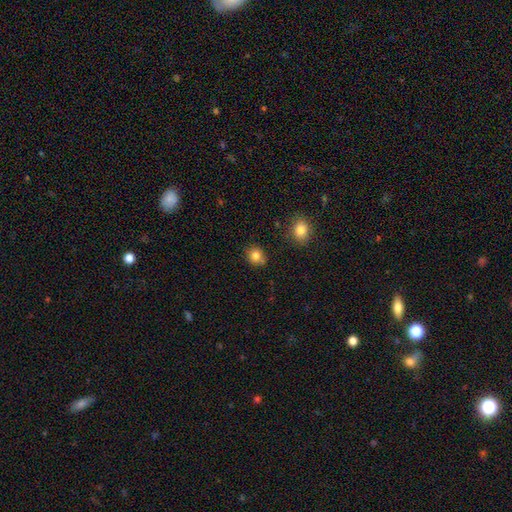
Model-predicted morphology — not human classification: Smooth or featured: smooth — 82% (star or artifact — 11%)
How rounded: round — 79% (in between — 20%)
Merging: none — 74% (minor disturbance — 15%)